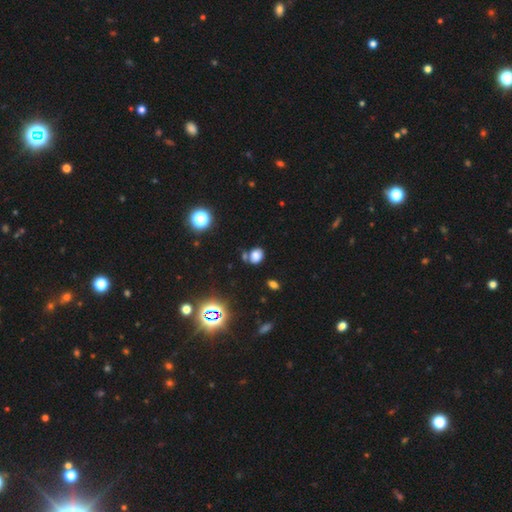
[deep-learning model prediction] A smooth galaxy with no disk features (72%) that is in between round and cigar-shaped (49%, tied with round). Merging: none (66%).